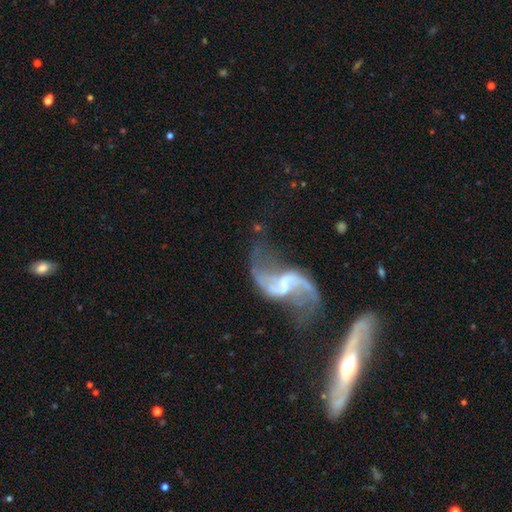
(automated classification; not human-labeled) A featured or disk galaxy (88%) with a weak bar (44%), 2 (92%) loose (85%) spiral arms (95%) and a small central bulge (55%).

Vote fractions:
- Smooth or featured? featured or disk: 88% / star or artifact: 7% / smooth: 5%
- Edge-on disk? no: 90% / yes: 10%
- Bar? weak: 44% / no: 34% / strong: 22%
- Spiral arms? yes: 95% / no: 5%
- Spiral winding? loose: 85% / medium: 11% / tight: 4%
- Spiral arm count? 2: 92% / 1: 3% / can't tell: 2% / 3: 1% / 4: 1% / more than 4: 1%
- Bulge size? small: 55% / moderate: 26% / none: 15% / large: 3% / dominant: 2%
- Merging? none: 54% / minor disturbance: 17% / major disturbance: 15% / merger: 14%